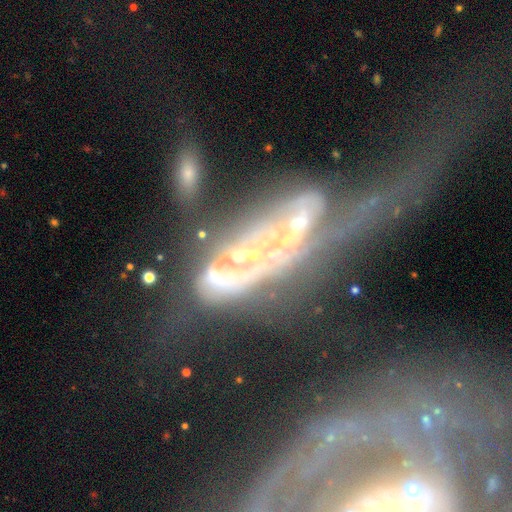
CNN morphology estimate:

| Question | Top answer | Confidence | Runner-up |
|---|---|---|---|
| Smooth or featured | featured or disk | 70% | smooth (16%) |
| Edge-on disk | no | 80% | yes (20%) |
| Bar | no | 64% | strong (18%) |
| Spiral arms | no | 55% | yes (45%) |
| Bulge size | small | 33% | none (31%) |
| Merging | major disturbance | 39% | merger (38%) |